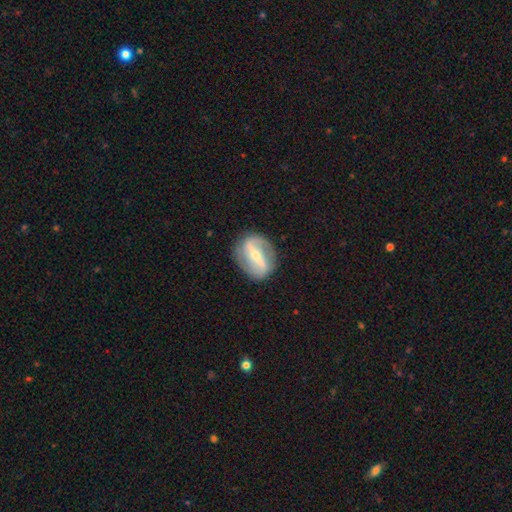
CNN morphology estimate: Smooth or featured? Predicted: featured or disk (p=0.79). Edge-on disk? Predicted: no (p=0.93). Bar? Predicted: strong (p=0.66). Spiral arms? Predicted: yes (p=0.79). Spiral winding? Predicted: loose (p=0.38, tied with medium). Spiral arm count? Predicted: 2 (p=0.87). Bulge size? Predicted: small (p=0.49). Merging? Predicted: none (p=0.83).